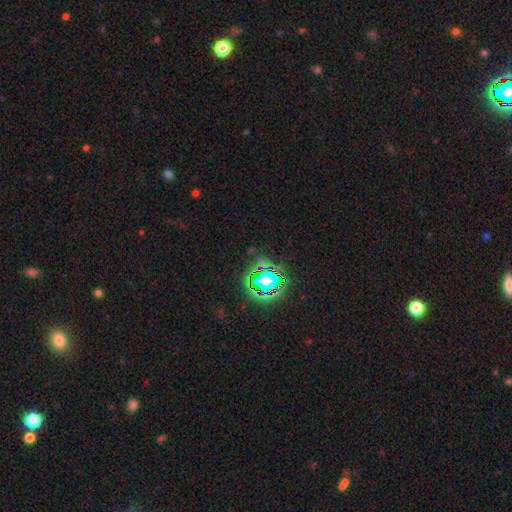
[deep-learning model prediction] Smooth or featured? Predicted: star or artifact (p=0.79).